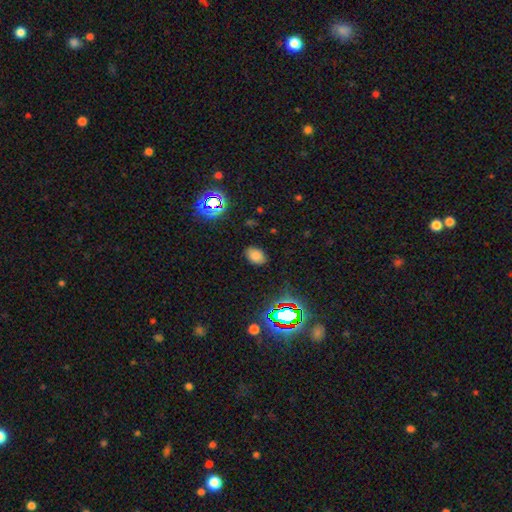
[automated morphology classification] Smooth or featured: smooth — 73% (star or artifact — 20%)
How rounded: in between — 84% (round — 15%)
Merging: none — 83% (minor disturbance — 12%)